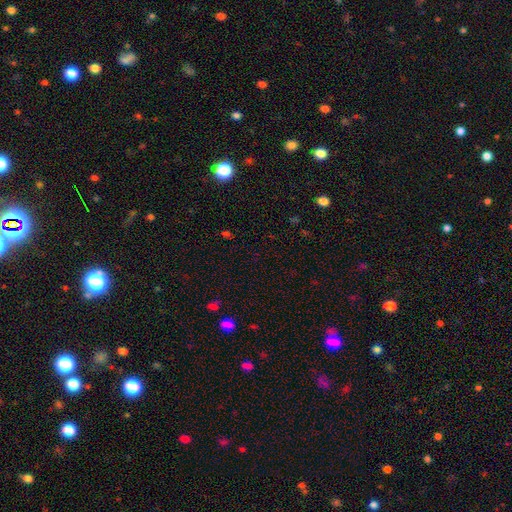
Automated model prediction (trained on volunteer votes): Q: Smooth or featured?
A: star or artifact (63%); runner-up: smooth (30%)